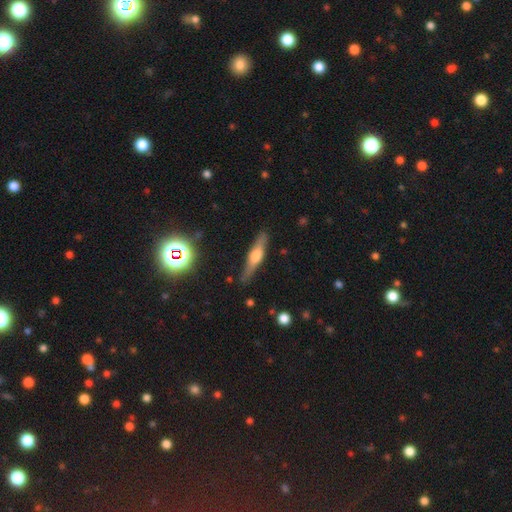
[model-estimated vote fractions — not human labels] smooth-or-featured: featured or disk: 60% | smooth: 33% | star or artifact: 7%
  disk-edge-on: yes: 94% | no: 6%
    edge-on-bulge: rounded: 89% | boxy: 8% | none: 4%
  merging: none: 86% | minor disturbance: 10% | major disturbance: 2% | merger: 2%